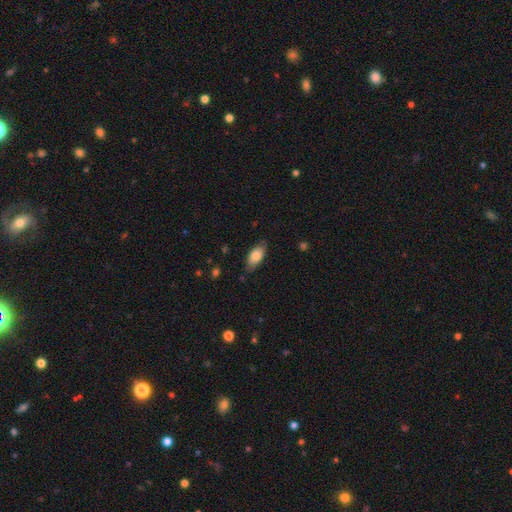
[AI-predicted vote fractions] A smooth galaxy with no disk features (78%) that is in between round and cigar-shaped (89%). Merging: none (76%).